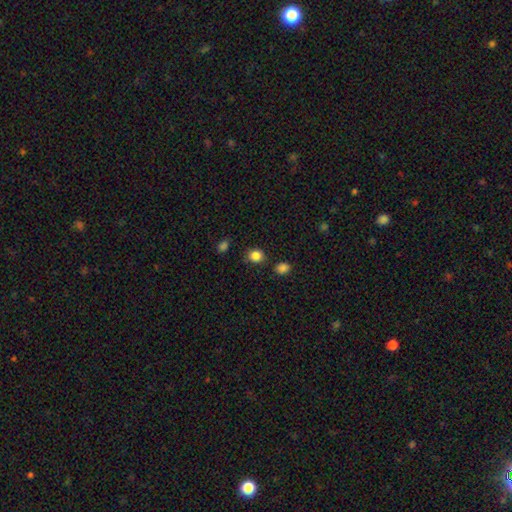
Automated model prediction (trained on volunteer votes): Smooth or featured? smooth (85%)
How rounded? round (70%)
Merging? none (82%)